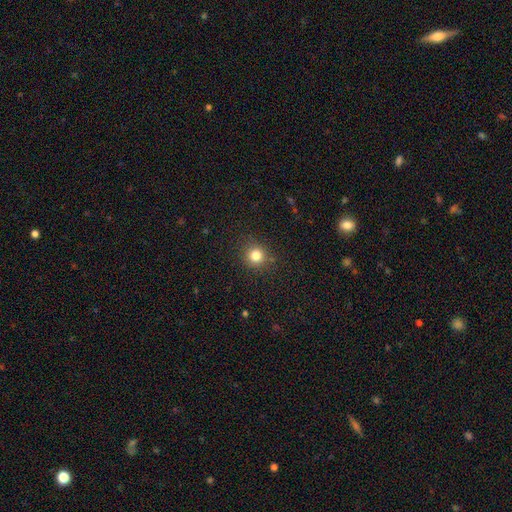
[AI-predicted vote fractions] This is clearly a smooth galaxy (80%). How rounded: clearly round (92%). Merging: clearly none (87%).